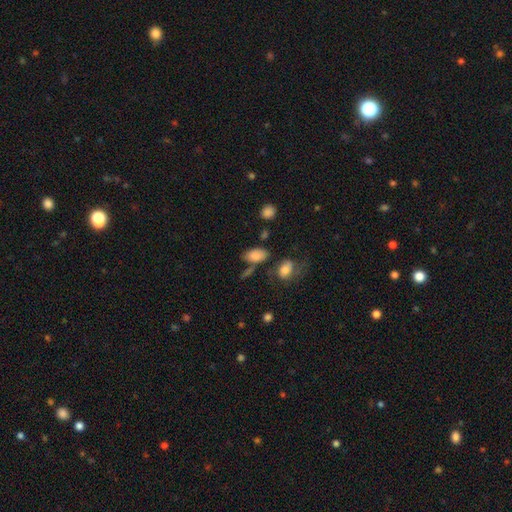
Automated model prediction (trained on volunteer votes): This appears to be a smooth galaxy with no disk features (82%) that is in between round and cigar-shaped (92%). Merging: none (60%).